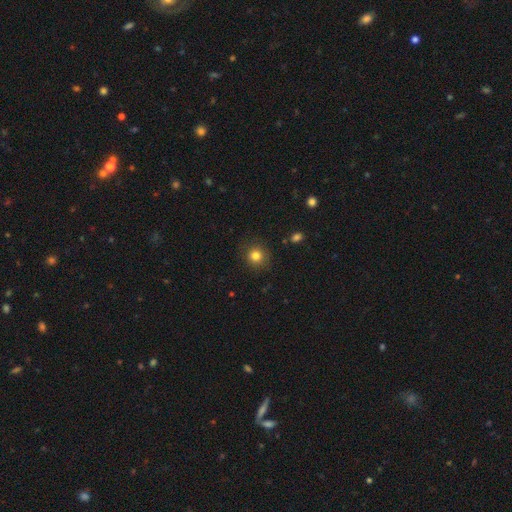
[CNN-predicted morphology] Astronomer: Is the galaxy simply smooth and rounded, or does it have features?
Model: smooth — 81%.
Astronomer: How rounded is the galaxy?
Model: round — 91%.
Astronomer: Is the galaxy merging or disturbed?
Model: none — 88%.